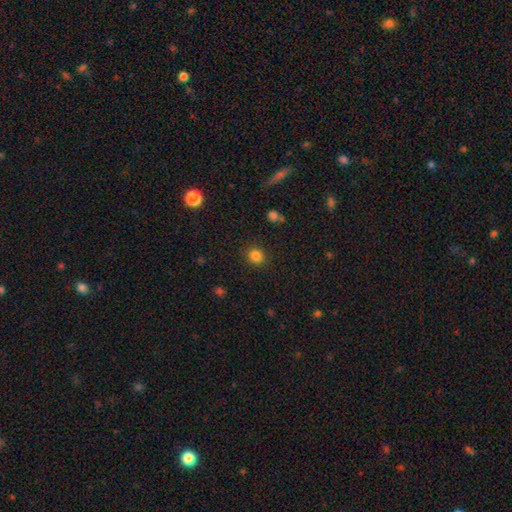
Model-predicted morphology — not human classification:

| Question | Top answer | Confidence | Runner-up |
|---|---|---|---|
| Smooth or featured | smooth | 84% | star or artifact (12%) |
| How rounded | round | 84% | in between (15%) |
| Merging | none | 89% | minor disturbance (7%) |